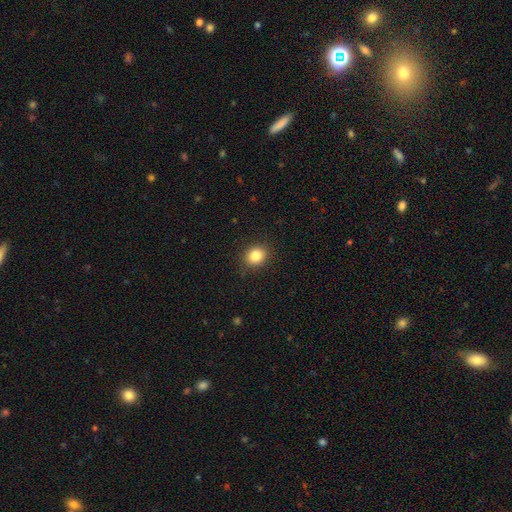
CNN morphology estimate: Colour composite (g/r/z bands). It shows a smooth galaxy with no disk features (85%) that is round (65%). Merging: none (89%).